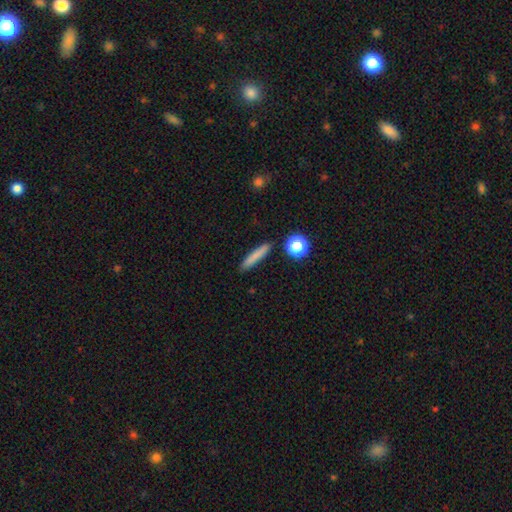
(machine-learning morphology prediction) This appears to be a smooth galaxy with no disk features (78%) that is cigar-shaped (90%). Merging: none (88%).